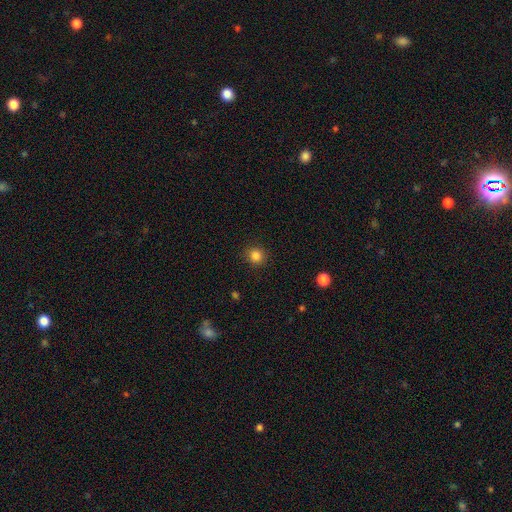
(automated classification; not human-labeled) The model was most divided on "smooth or featured": smooth: 84%, star or artifact: 12%, featured or disk: 4%. More confident: how rounded — round (92%); merging — none (90%).